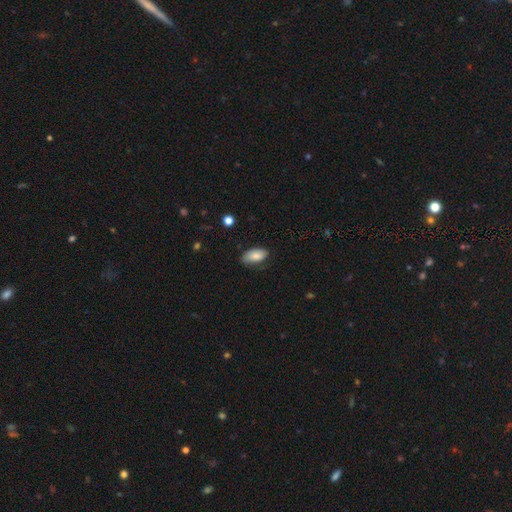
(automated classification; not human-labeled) Smooth or featured: smooth — 81% (featured or disk — 12%)
How rounded: in between — 94% (round — 3%)
Merging: none — 68% (minor disturbance — 25%)